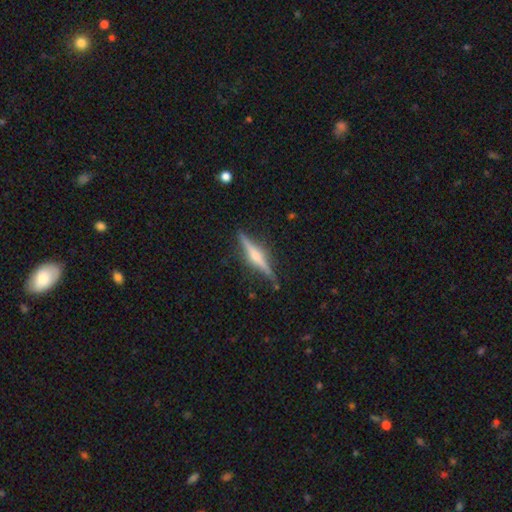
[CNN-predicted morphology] A featured or disk galaxy (71%) viewed edge-on (97%) with a rounded central bulge (78%).

Vote fractions:
- Smooth or featured? featured or disk: 71% / smooth: 23% / star or artifact: 6%
- Edge-on disk? yes: 97% / no: 3%
- Edge-on bulge? rounded: 78% / none: 11% / boxy: 10%
- Merging? none: 86% / minor disturbance: 10% / major disturbance: 2% / merger: 2%